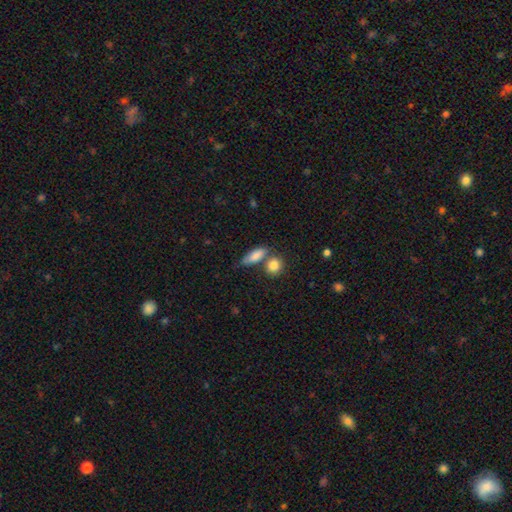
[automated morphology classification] This is clearly a smooth galaxy (84%). How rounded: likely in between (71%). Merging: possibly none (50%).